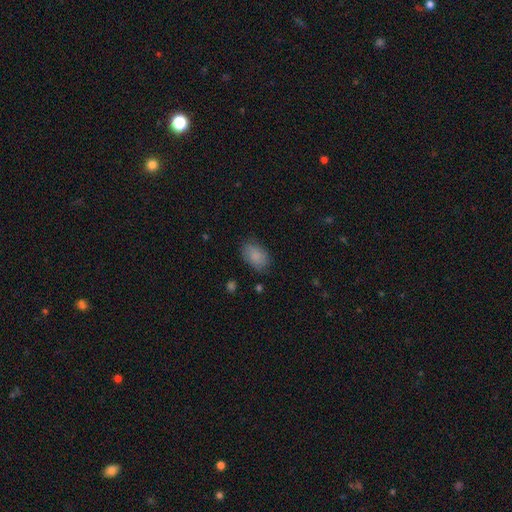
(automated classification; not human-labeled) smooth 86%, star or artifact 7%, featured or disk 7%. Down the decision tree: how rounded — in between (89%); merging — none (77%).